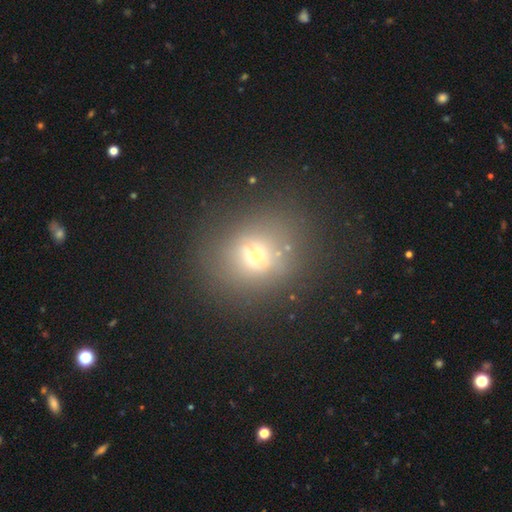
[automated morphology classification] The model was most divided on "smooth or featured": smooth: 60%, star or artifact: 24%, featured or disk: 16%. More confident: how rounded — round (78%); merging — none (75%).